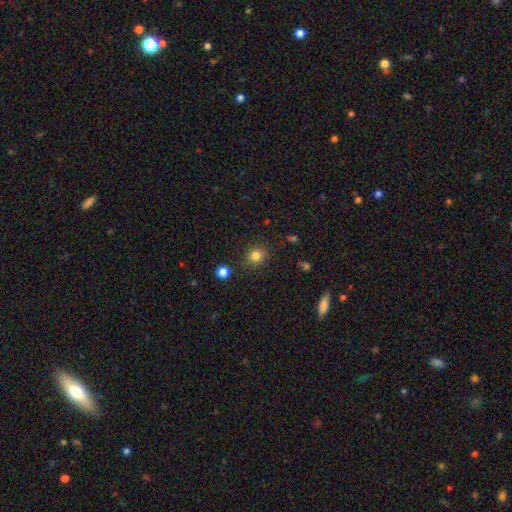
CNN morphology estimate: Smooth or featured? smooth (82%)
How rounded? round (88%)
Merging? none (85%)